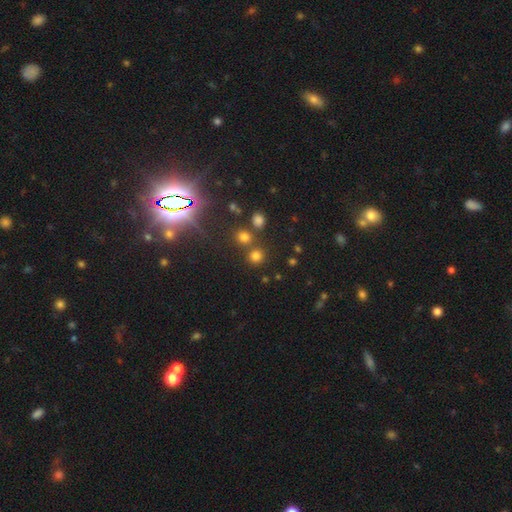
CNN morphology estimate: Smooth or featured: smooth — 72% (star or artifact — 21%)
How rounded: round — 90% (in between — 9%)
Merging: none — 75% (merger — 15%)